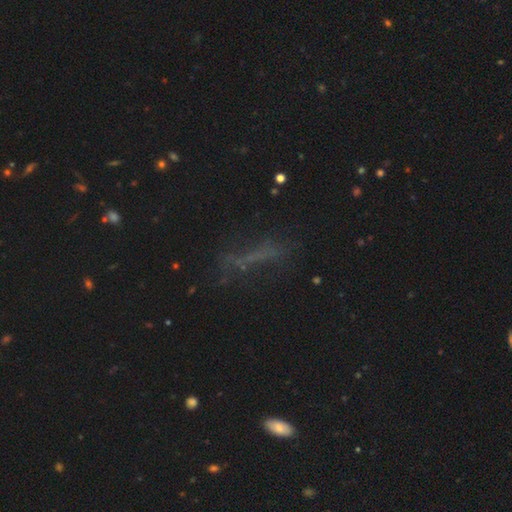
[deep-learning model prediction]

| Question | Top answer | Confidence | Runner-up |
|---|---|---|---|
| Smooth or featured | smooth | 38% | featured or disk (32%) |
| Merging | none | 56% | major disturbance (20%) |